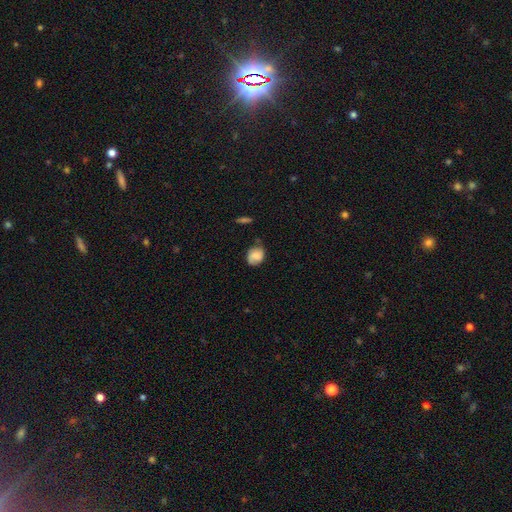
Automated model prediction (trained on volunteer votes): This is likely a smooth galaxy (64%). How rounded: possibly round (56%). Merging: likely none (64%).